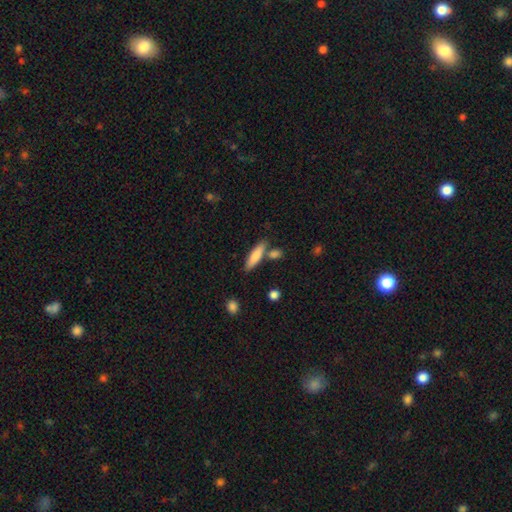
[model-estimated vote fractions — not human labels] Overall: smooth (77%). How rounded: cigar-shaped (67%; in between 31%). Merging: none (75%).